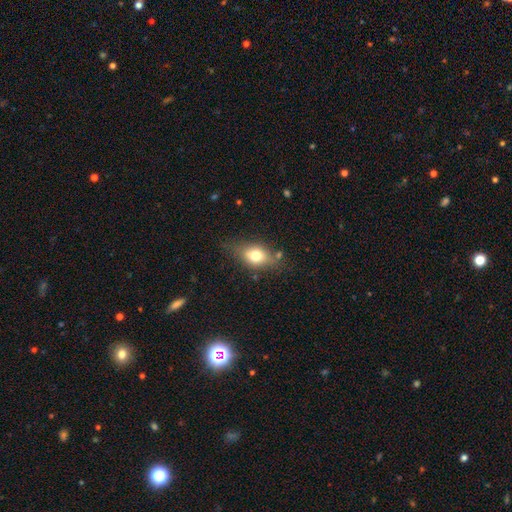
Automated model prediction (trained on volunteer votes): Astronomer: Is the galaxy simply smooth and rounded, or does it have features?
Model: smooth — 69%.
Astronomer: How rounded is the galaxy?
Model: in between — 69%.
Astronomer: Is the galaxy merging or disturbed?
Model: none — 65%.